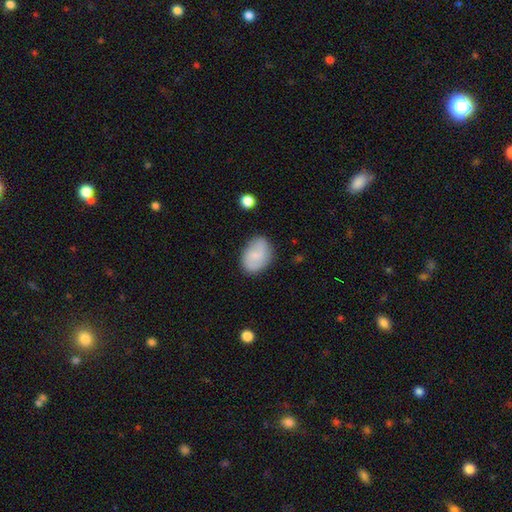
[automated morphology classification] This is likely a smooth galaxy (64%). How rounded: likely in between (77%). Merging: likely none (77%).